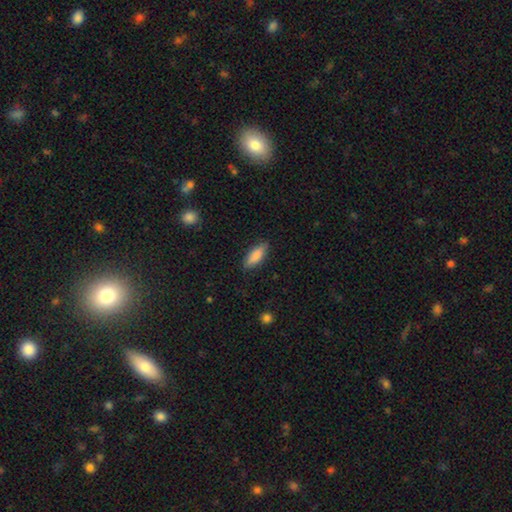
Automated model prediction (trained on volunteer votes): smooth_or_featured: smooth (p=0.87) [alt: featured or disk p=0.07]
how_rounded: in between (p=0.71) [alt: cigar-shaped p=0.27]
merging: none (p=0.84) [alt: minor disturbance p=0.12]